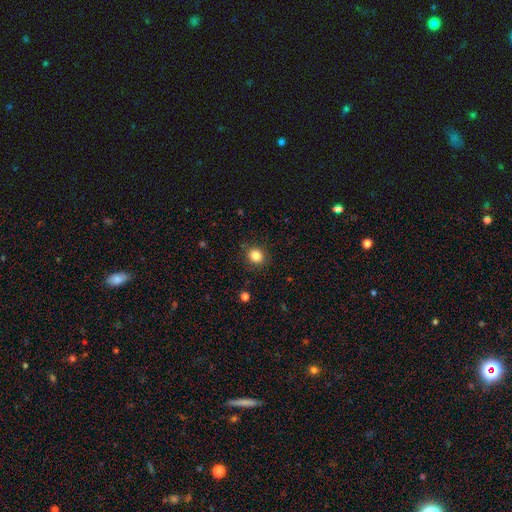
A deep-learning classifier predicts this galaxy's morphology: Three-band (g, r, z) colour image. It shows a smooth galaxy with no disk features (84%) that is round (80%). Merging: none (87%).